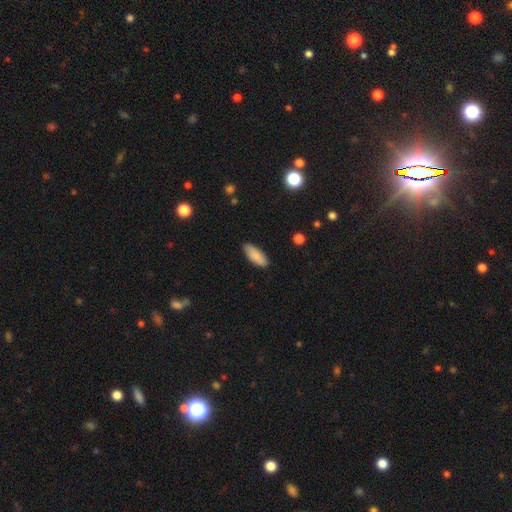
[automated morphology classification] A smooth galaxy with no disk features (87%) that is in between round and cigar-shaped (76%).

Vote fractions:
- Smooth or featured? smooth: 87% / featured or disk: 6% / star or artifact: 6%
- How rounded? in between: 76% / cigar-shaped: 22% / round: 2%
- Merging? none: 85% / minor disturbance: 11% / major disturbance: 2% / merger: 1%